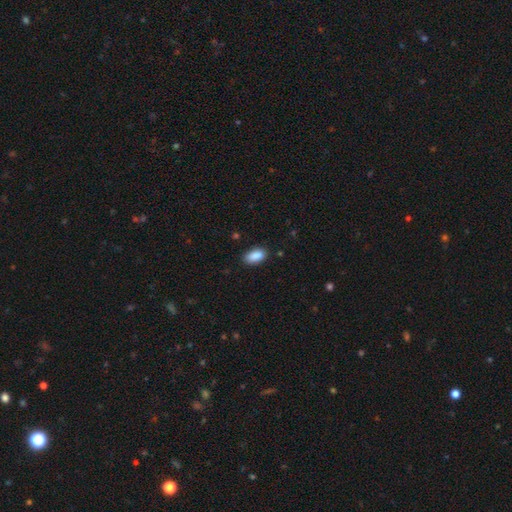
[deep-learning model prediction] Q: Smooth or featured?
A: smooth (89%); runner-up: star or artifact (7%)
Q: How rounded?
A: in between (91%); runner-up: cigar-shaped (6%)
Q: Merging?
A: none (83%); runner-up: minor disturbance (13%)